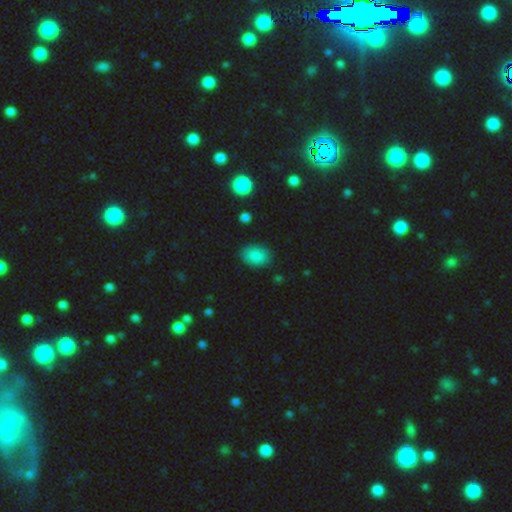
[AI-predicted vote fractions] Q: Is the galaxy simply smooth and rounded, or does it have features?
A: smooth — 86%.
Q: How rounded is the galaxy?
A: in between — 82%.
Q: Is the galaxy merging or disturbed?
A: none — 85%.